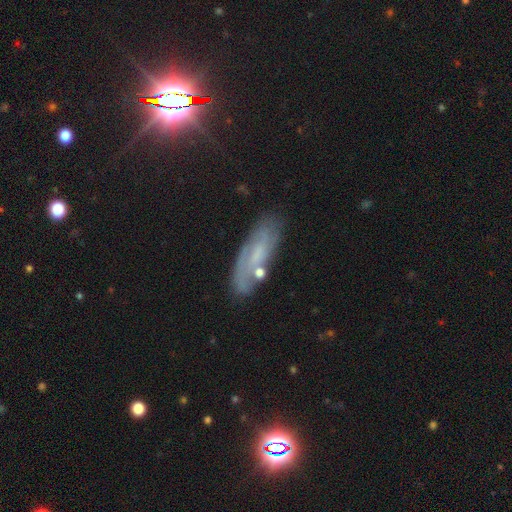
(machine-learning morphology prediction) A featured or disk galaxy (57%). Merging: none (69%).